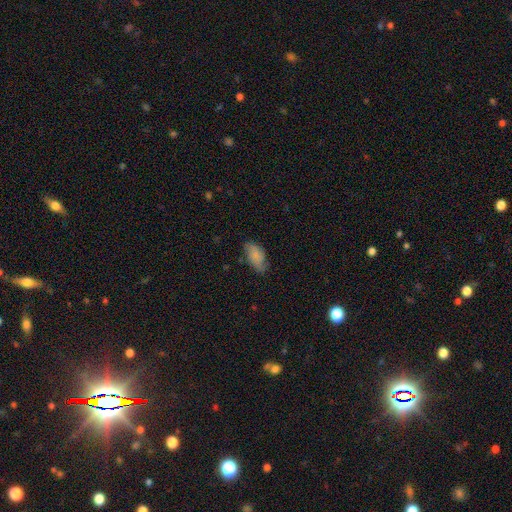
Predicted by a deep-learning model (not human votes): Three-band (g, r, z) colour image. It shows a smooth galaxy with no disk features (68%) that is in between round and cigar-shaped (92%). Merging: none (69%).